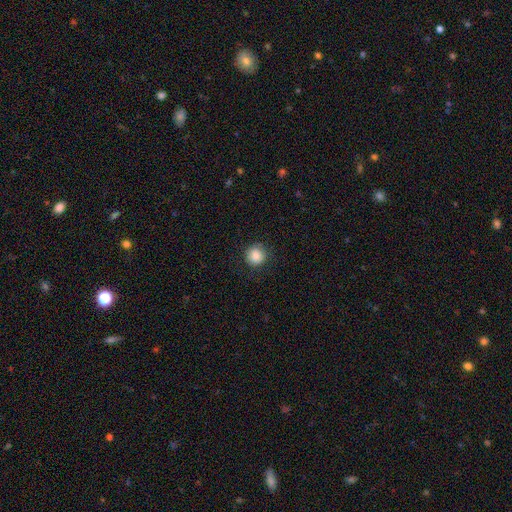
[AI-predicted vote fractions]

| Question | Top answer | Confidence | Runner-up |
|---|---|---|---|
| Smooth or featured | smooth | 87% | star or artifact (9%) |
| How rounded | round | 93% | in between (6%) |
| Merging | none | 85% | minor disturbance (10%) |